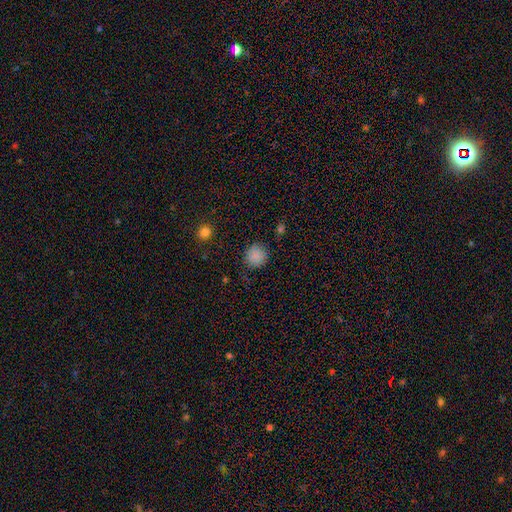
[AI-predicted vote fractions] Smooth or featured?
  - smooth: 84% *
  - star or artifact: 11%
  - featured or disk: 4%
How rounded?
  - round: 92% *
  - in between: 7%
  - cigar-shaped: 1%
Merging?
  - none: 85% *
  - minor disturbance: 10%
  - major disturbance: 3%
  - merger: 2%